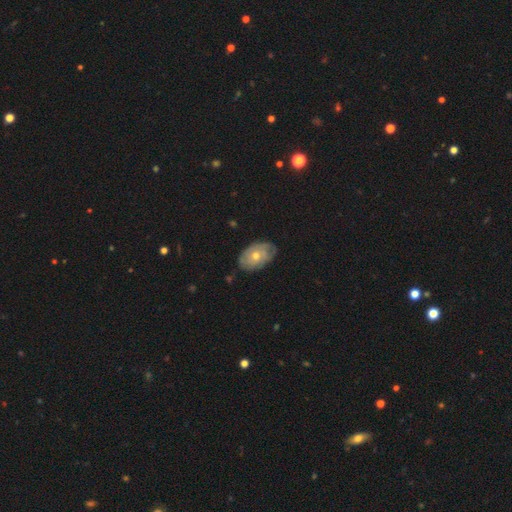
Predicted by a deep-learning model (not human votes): featured or disk 57%, smooth 36%, star or artifact 7%. Down the decision tree: edge-on disk — no (93%); bar — no (88%); spiral arms — yes (62%); bulge size — moderate (61%); merging — none (74%).